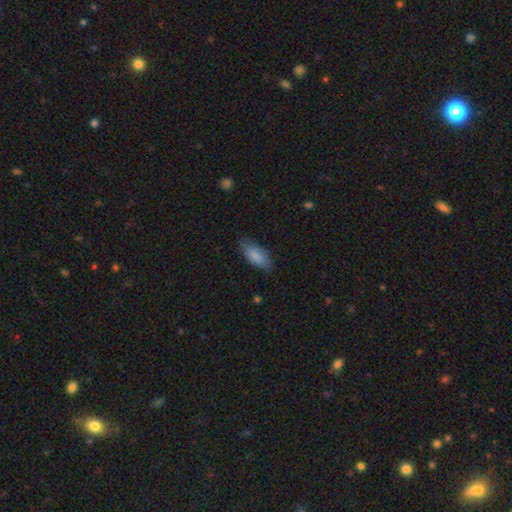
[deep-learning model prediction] Smooth or featured? Predicted: smooth (p=0.84). How rounded? Predicted: in between (p=0.82). Merging? Predicted: none (p=0.75).